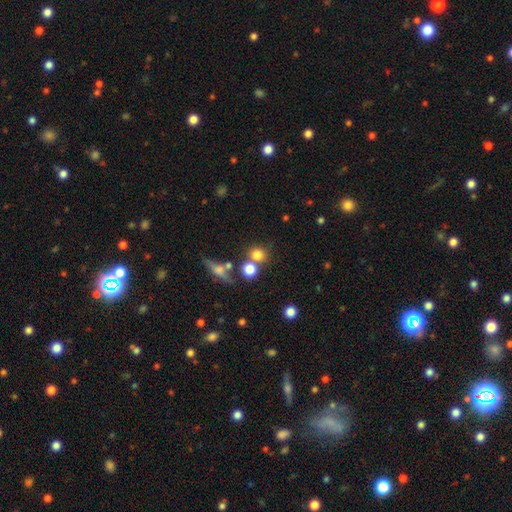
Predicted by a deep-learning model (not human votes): Morphology: type=smooth (76%); roundness=round (84%); merging=none (57%).